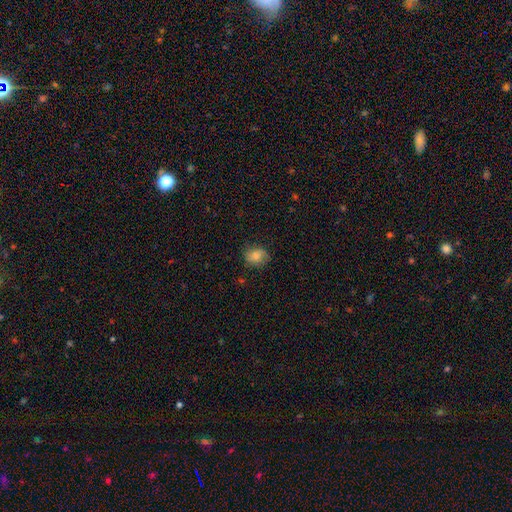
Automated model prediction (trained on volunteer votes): This appears to be a smooth galaxy with no disk features (79%) that is round (51%). Merging: none (77%).